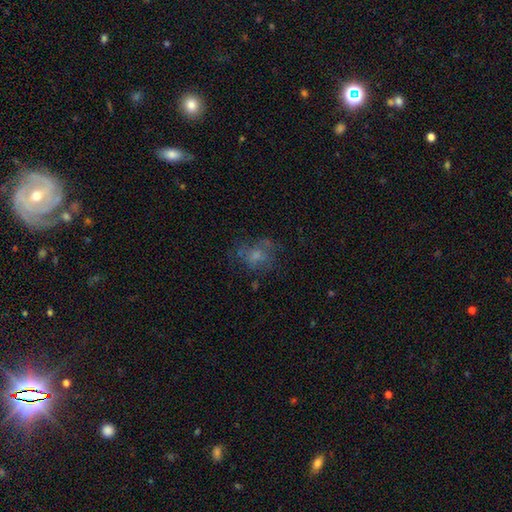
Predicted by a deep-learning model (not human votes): The model was most divided on "smooth or featured": smooth: 45%, featured or disk: 37%, star or artifact: 18%. More confident: merging — none (55%).